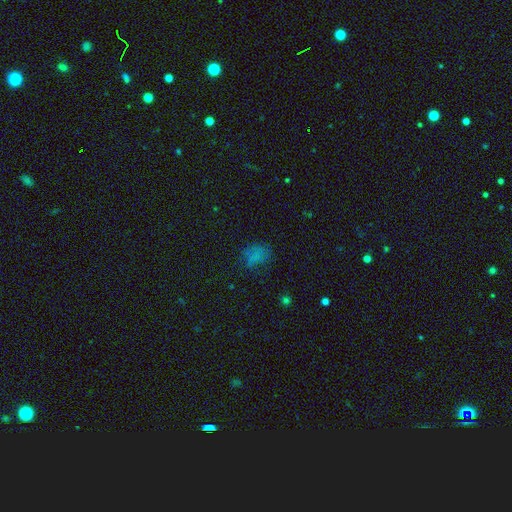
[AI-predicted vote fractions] A smooth galaxy with no disk features (61%) that is in between round and cigar-shaped (64%). Merging: none (53%).